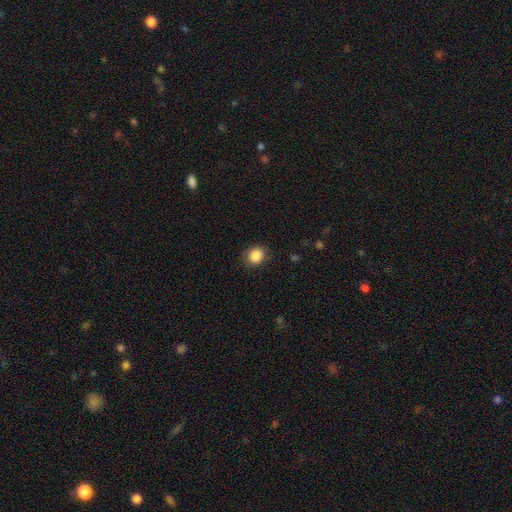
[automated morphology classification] smooth 87%, star or artifact 10%, featured or disk 3%. Down the decision tree: how rounded — round (84%); merging — none (88%).